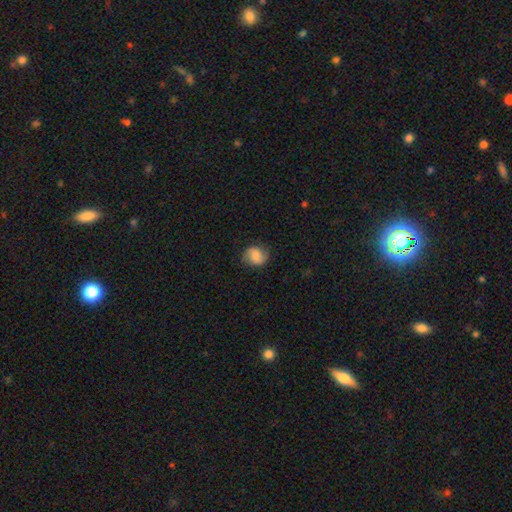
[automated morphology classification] This appears to be a smooth galaxy with no disk features (59%) that is round (68%). Merging: none (79%).